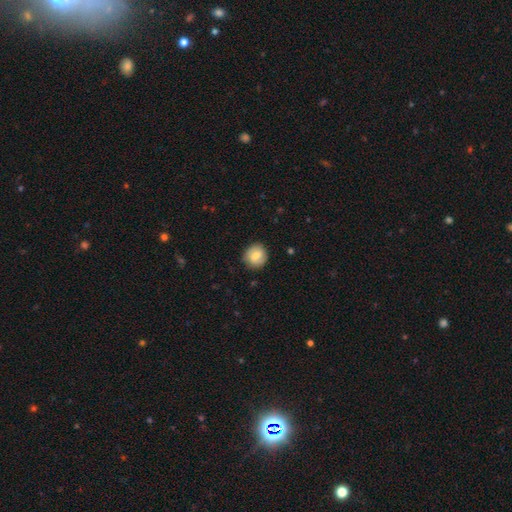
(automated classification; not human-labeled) Smooth or featured: smooth — 72% (featured or disk — 21%)
How rounded: round — 85% (in between — 14%)
Merging: none — 84% (minor disturbance — 12%)